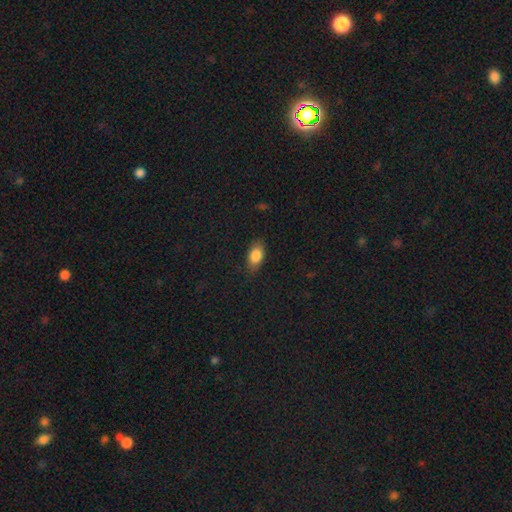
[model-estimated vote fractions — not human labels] Overall: smooth (85%). How rounded: in between (87%). Merging: none (83%).